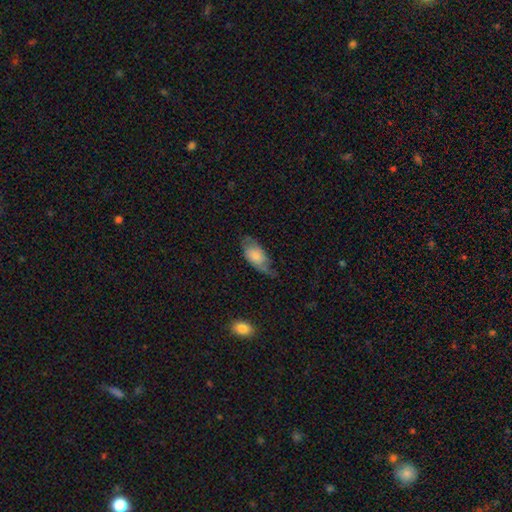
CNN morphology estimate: Overall: smooth (59%; featured or disk 34%). How rounded: in between (90%). Merging: none (46%; minor disturbance 34%).